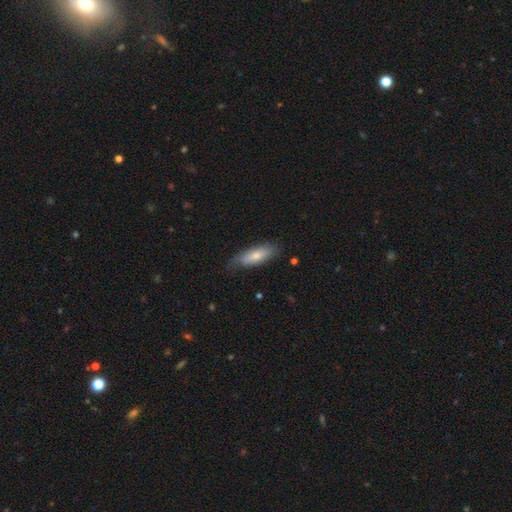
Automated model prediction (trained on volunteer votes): smooth_or_featured: smooth (p=0.73) [alt: featured or disk p=0.21]
how_rounded: in between (p=0.60) [alt: cigar-shaped p=0.38]
merging: none (p=0.67) [alt: minor disturbance p=0.26]